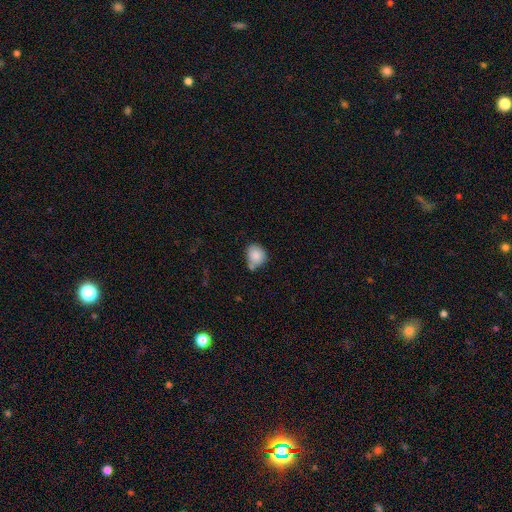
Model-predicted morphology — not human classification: This appears to be a smooth galaxy with no disk features (85%) that is round (70%). Merging: none (56%).